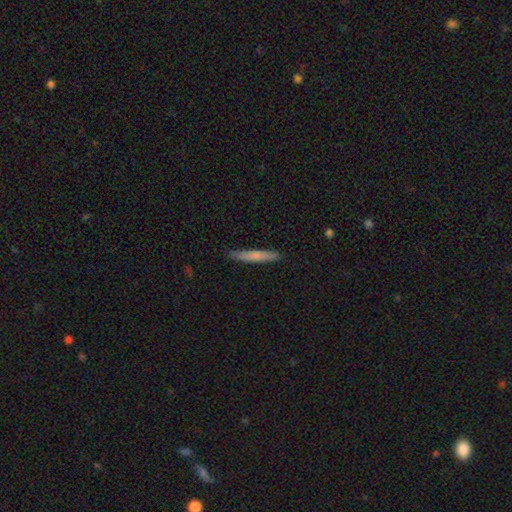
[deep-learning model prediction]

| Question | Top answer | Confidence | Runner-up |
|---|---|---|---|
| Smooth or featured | smooth | 70% | featured or disk (24%) |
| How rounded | cigar-shaped | 95% | in between (4%) |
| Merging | none | 90% | minor disturbance (7%) |